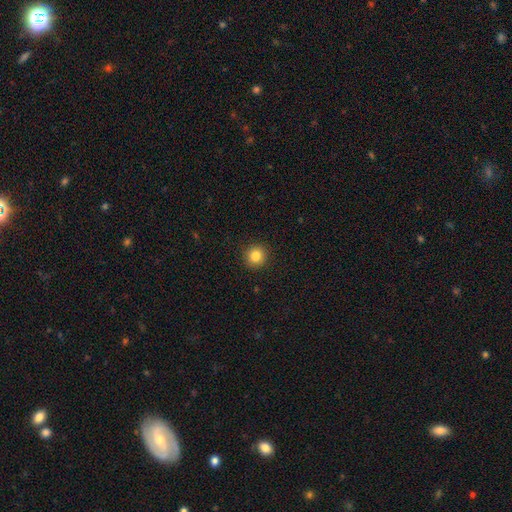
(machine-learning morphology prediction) Smooth or featured? Predicted: smooth (p=0.83). How rounded? Predicted: round (p=0.94). Merging? Predicted: none (p=0.92).